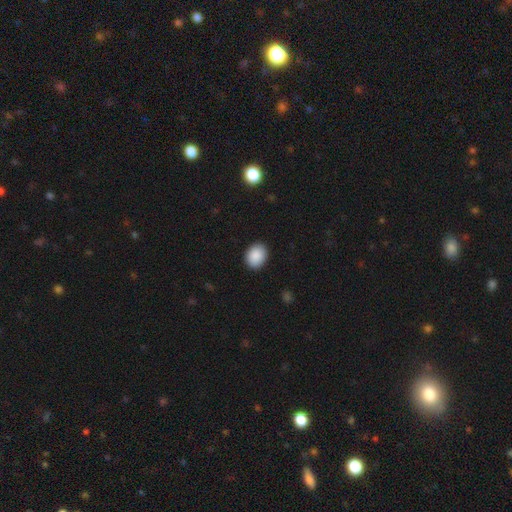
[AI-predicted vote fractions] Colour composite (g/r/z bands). It shows a smooth galaxy with no disk features (90%) that is in between round and cigar-shaped (52%). Merging: none (90%).